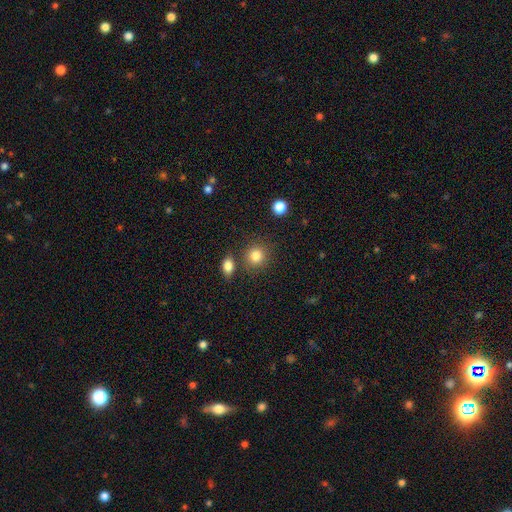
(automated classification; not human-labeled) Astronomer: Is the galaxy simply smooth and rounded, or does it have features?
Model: smooth — 83%.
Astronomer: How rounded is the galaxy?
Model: round — 87%.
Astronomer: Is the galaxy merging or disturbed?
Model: none — 80%.